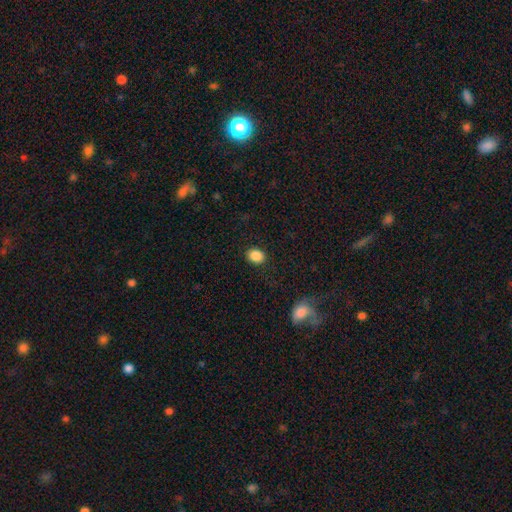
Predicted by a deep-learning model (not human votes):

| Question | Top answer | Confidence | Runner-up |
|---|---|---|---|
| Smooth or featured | smooth | 87% | star or artifact (9%) |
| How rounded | round | 51% | in between (48%) |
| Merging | none | 88% | minor disturbance (8%) |